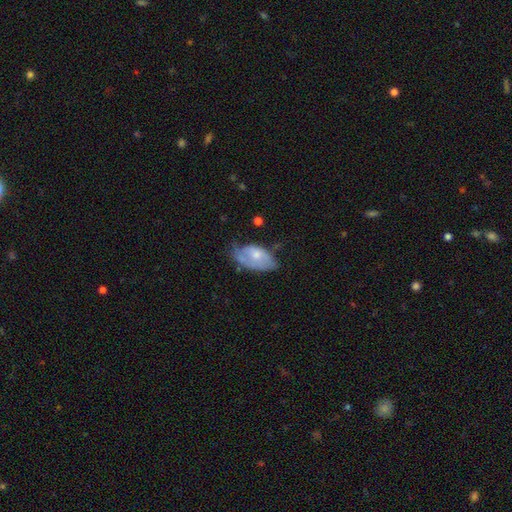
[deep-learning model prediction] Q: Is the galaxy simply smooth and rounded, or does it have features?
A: smooth — 52%.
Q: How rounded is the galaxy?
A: in between — 93%.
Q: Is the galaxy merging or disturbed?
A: minor disturbance — 40%.